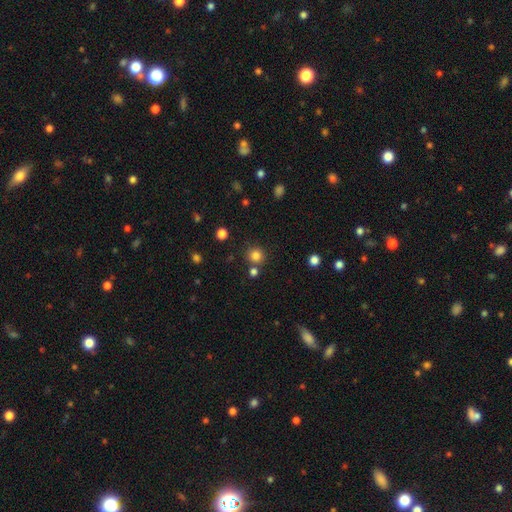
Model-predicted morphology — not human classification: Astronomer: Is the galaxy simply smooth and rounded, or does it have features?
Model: smooth — 82%.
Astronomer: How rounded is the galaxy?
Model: round — 92%.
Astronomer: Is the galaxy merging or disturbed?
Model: none — 79%.